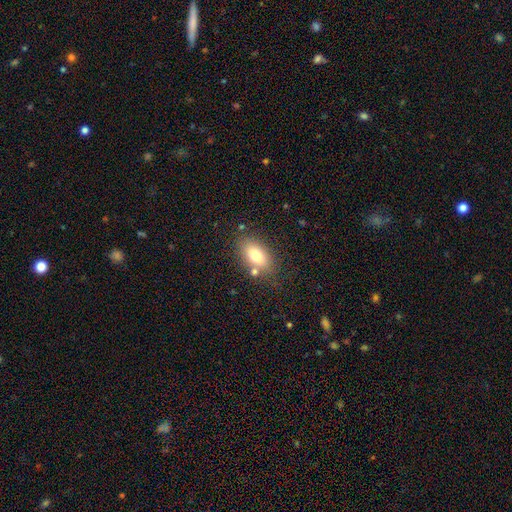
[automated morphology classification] A smooth galaxy with no disk features (76%) that is in between round and cigar-shaped (89%).

Vote fractions:
- Smooth or featured? smooth: 76% / featured or disk: 15% / star or artifact: 9%
- How rounded? in between: 89% / round: 7% / cigar-shaped: 4%
- Merging? none: 73% / minor disturbance: 14% / merger: 9% / major disturbance: 4%